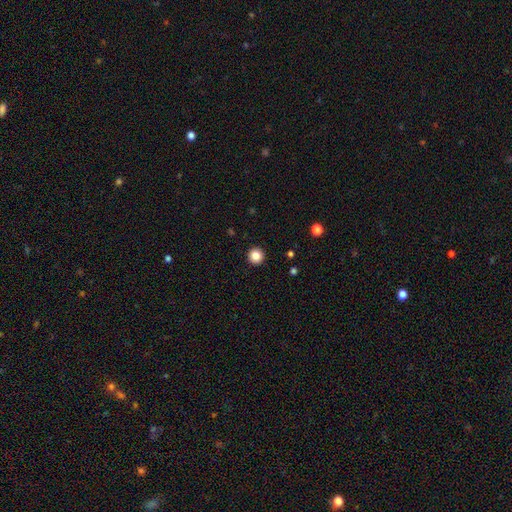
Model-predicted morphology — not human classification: A smooth galaxy with no disk features (85%) that is round (96%).

Vote fractions:
- Smooth or featured? smooth: 85% / star or artifact: 11% / featured or disk: 5%
- How rounded? round: 96% / in between: 3% / cigar-shaped: 1%
- Merging? none: 94% / minor disturbance: 4% / major disturbance: 1% / merger: 1%